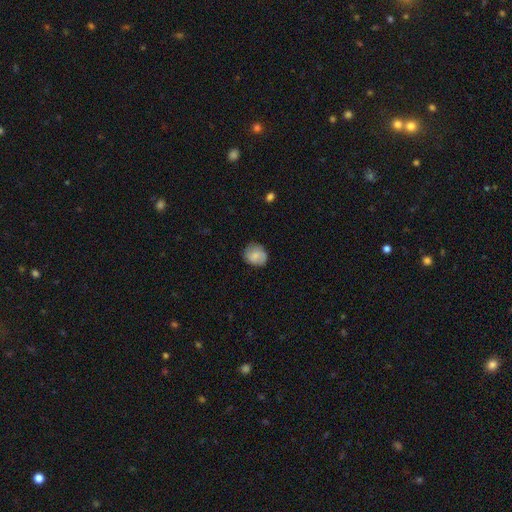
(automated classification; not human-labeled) A smooth galaxy with no disk features (78%) that is round (75%). Merging: none (77%).